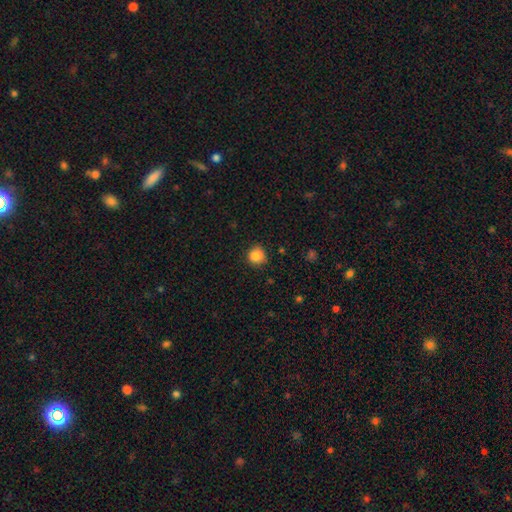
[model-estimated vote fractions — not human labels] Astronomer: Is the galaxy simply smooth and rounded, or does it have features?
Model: smooth — 86%.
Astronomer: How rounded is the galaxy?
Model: round — 92%.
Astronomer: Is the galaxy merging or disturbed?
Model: none — 86%.